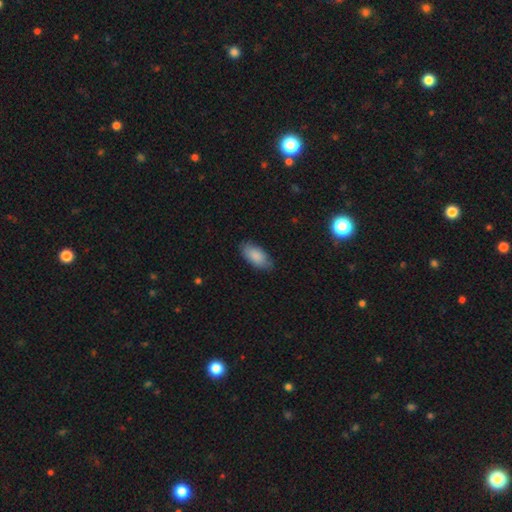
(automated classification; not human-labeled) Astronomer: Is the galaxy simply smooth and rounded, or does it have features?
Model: smooth — 87%.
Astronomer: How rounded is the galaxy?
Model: in between — 92%.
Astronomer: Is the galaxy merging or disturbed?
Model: none — 81%.